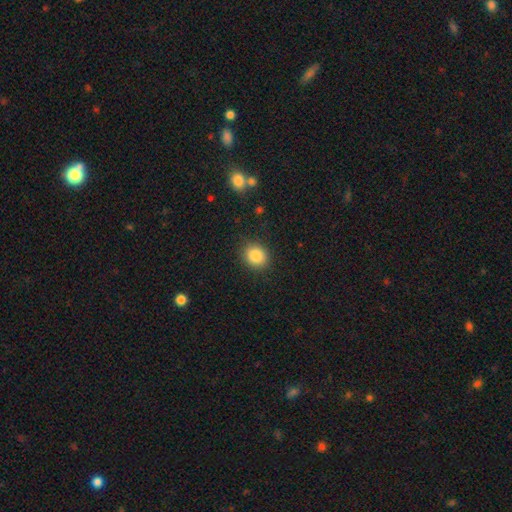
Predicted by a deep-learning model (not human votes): This is clearly a smooth galaxy (86%). How rounded: likely round (68%). Merging: clearly none (88%).